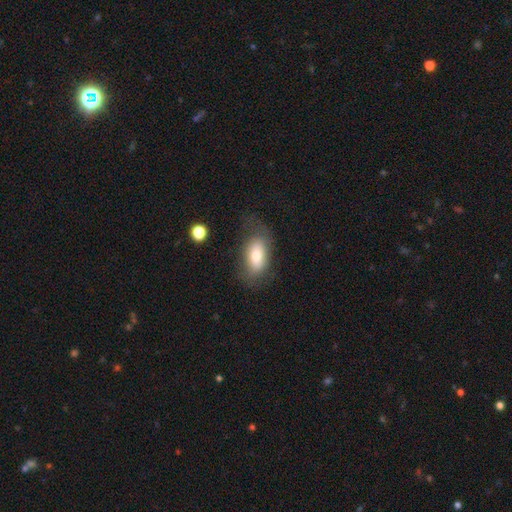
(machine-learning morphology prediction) smooth 72%, featured or disk 20%, star or artifact 8%. Down the decision tree: how rounded — in between (90%); merging — none (62%).